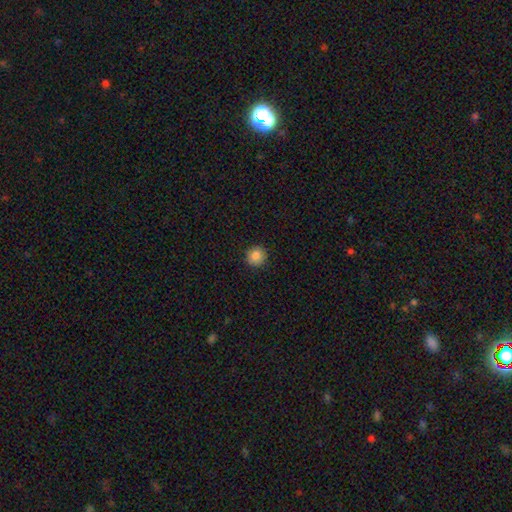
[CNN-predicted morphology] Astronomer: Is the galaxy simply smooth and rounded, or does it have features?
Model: smooth — 86%.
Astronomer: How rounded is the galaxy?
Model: round — 92%.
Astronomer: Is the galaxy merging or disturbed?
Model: none — 91%.